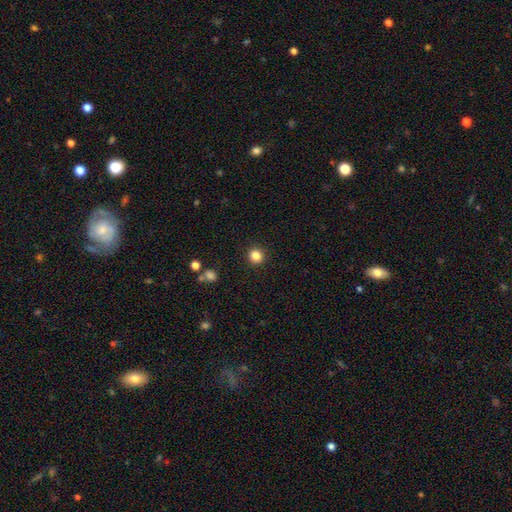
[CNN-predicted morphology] Smooth or featured? Predicted: smooth (p=0.85). How rounded? Predicted: round (p=0.87). Merging? Predicted: none (p=0.91).